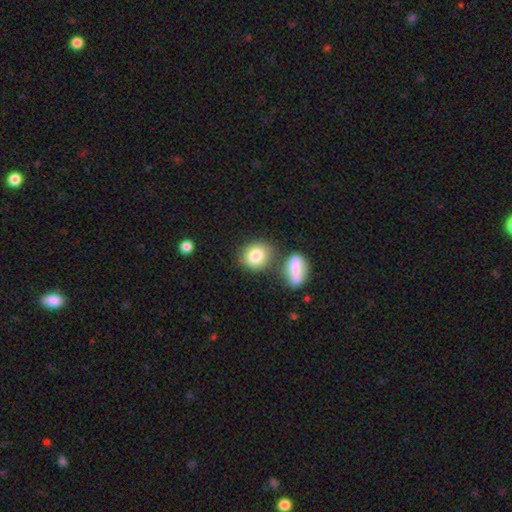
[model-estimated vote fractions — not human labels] Smooth or featured?
  - smooth: 83% *
  - featured or disk: 9%
  - star or artifact: 8%
How rounded?
  - round: 71% *
  - in between: 27%
  - cigar-shaped: 2%
Merging?
  - none: 63% *
  - merger: 21%
  - minor disturbance: 12%
  - major disturbance: 4%